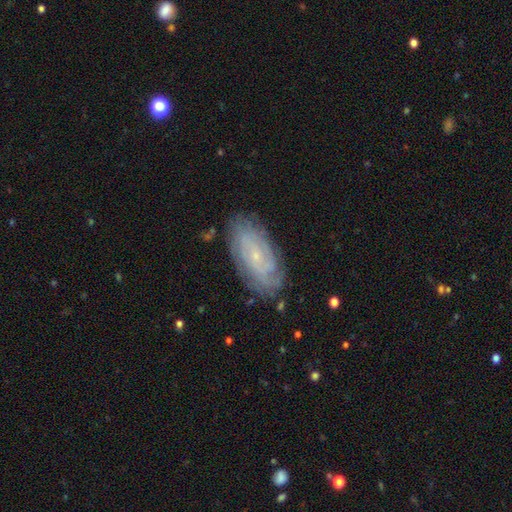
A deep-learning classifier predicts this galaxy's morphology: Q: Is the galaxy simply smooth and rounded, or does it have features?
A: featured or disk — 73%.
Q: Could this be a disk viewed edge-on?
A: no — 92%.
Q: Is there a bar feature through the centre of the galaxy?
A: no — 68%.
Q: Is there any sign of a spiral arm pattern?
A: yes — 92%.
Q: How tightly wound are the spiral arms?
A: tight — 71%.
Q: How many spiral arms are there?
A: can't tell — 47%.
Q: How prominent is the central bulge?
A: small — 83%.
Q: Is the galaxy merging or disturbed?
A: none — 81%.